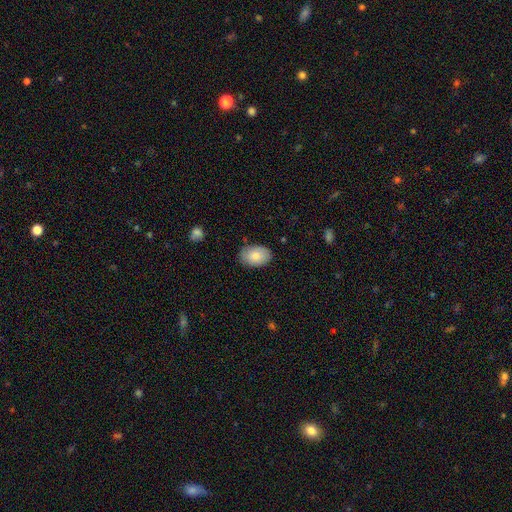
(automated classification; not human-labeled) Smooth or featured? smooth (81%)
How rounded? in between (84%)
Merging? none (79%)